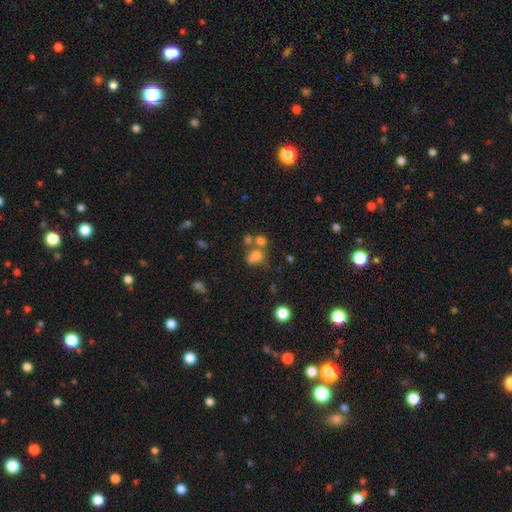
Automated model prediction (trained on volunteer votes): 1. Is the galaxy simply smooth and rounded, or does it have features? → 67% smooth, 19% star or artifact, 14% featured or disk.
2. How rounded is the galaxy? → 59% in between, 39% round, 2% cigar-shaped.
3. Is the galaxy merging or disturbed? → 41% merger, 33% none, 14% minor disturbance, 12% major disturbance.